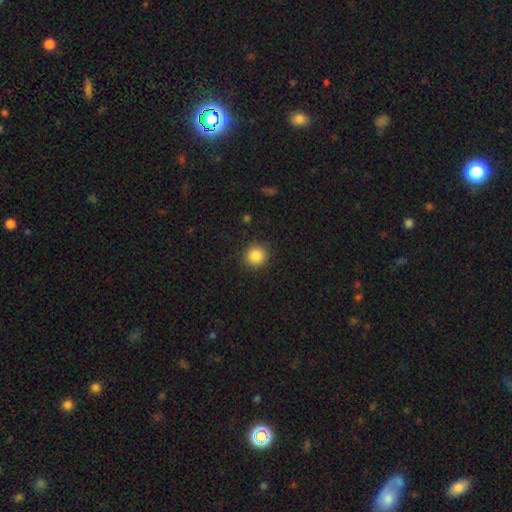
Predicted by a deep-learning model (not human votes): smooth_or_featured: smooth (p=0.86) [alt: star or artifact p=0.09]
how_rounded: round (p=0.94) [alt: in between p=0.05]
merging: none (p=0.91) [alt: minor disturbance p=0.06]